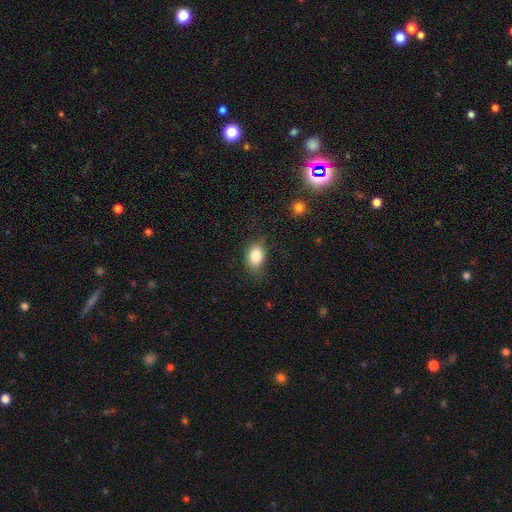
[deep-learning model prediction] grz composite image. It shows a smooth galaxy with no disk features (84%) that is in between round and cigar-shaped (75%). Merging: none (72%).